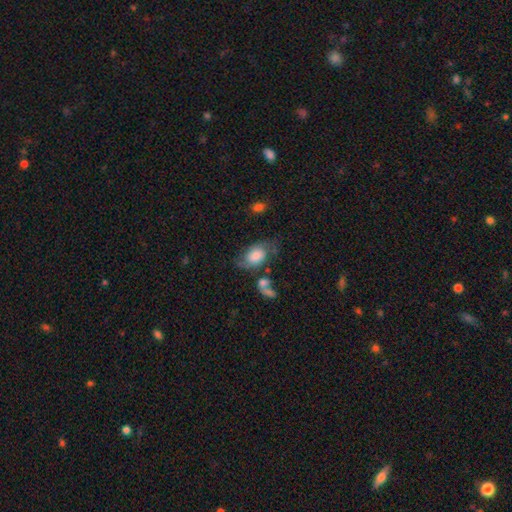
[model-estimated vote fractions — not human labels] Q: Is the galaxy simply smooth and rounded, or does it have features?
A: smooth — 54%.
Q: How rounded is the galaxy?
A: in between — 82%.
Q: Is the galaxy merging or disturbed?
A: none — 44%.